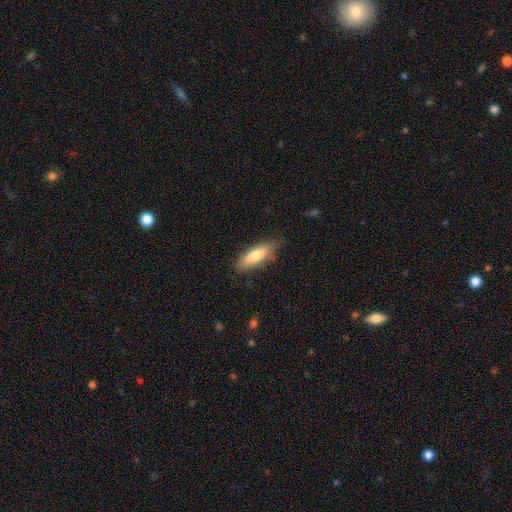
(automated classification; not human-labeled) A smooth galaxy with no disk features (73%) that is in between round and cigar-shaped (59%).

Vote fractions:
- Smooth or featured? smooth: 73% / featured or disk: 21% / star or artifact: 6%
- How rounded? in between: 59% / cigar-shaped: 39% / round: 2%
- Merging? none: 79% / minor disturbance: 16% / major disturbance: 3% / merger: 1%